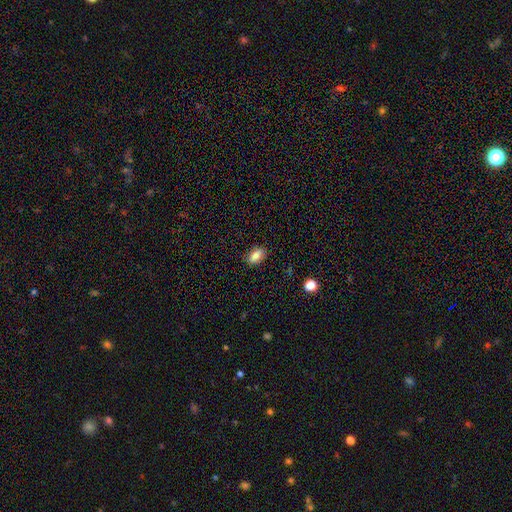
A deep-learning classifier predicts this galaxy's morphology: type=smooth (85%); roundness=in between (89%); merging=none (86%).